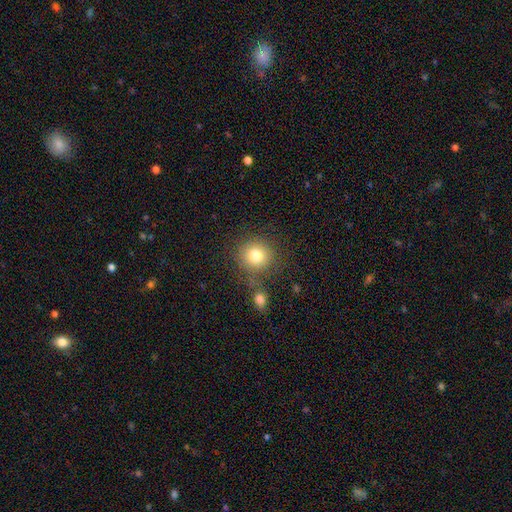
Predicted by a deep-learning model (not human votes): A smooth galaxy with no disk features (79%) that is round (89%). Merging: none (72%).